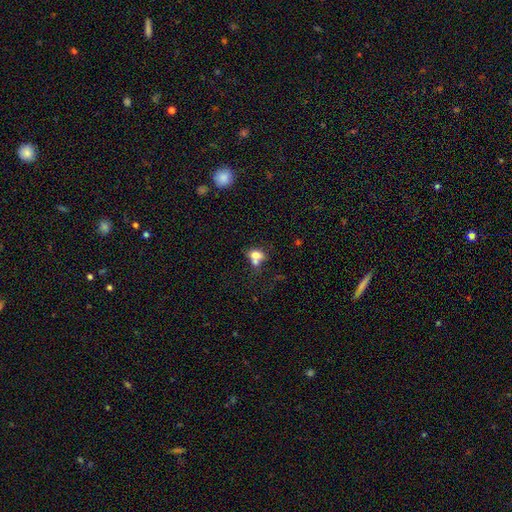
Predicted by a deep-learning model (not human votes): smooth-or-featured: smooth: 72% | featured or disk: 17% | star or artifact: 11%
  how-rounded: in between: 65% | round: 32% | cigar-shaped: 3%
  merging: merger: 51% | none: 28% | minor disturbance: 12% | major disturbance: 8%